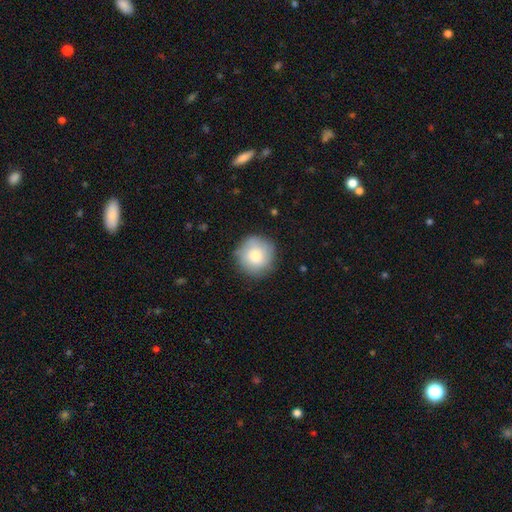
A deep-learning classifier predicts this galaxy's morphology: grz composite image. It shows a smooth galaxy with no disk features (80%) that is round (95%). Merging: none (83%).